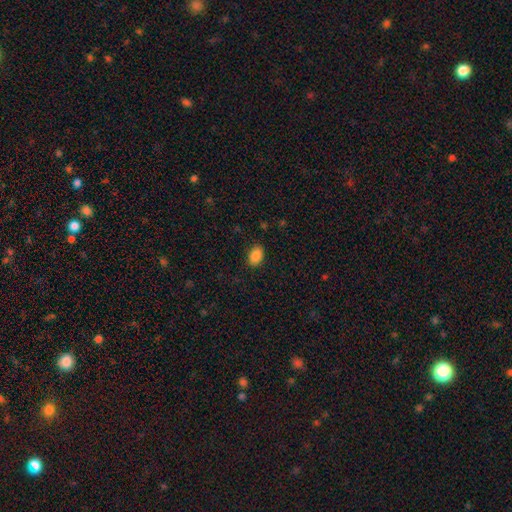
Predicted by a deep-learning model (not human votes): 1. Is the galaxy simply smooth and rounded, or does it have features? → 88% smooth, 8% star or artifact, 4% featured or disk.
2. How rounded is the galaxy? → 83% in between, 16% round, 1% cigar-shaped.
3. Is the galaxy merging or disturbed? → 87% none, 9% minor disturbance, 3% major disturbance, 1% merger.